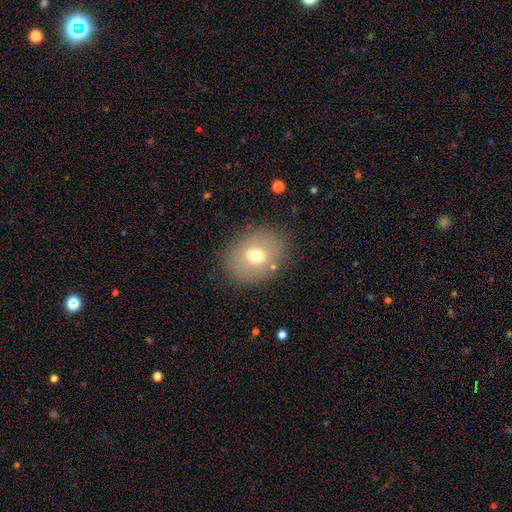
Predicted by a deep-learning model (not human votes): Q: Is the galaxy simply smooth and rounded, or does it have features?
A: smooth — 64%.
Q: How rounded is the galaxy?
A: in between — 51%.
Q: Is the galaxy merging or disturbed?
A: none — 83%.